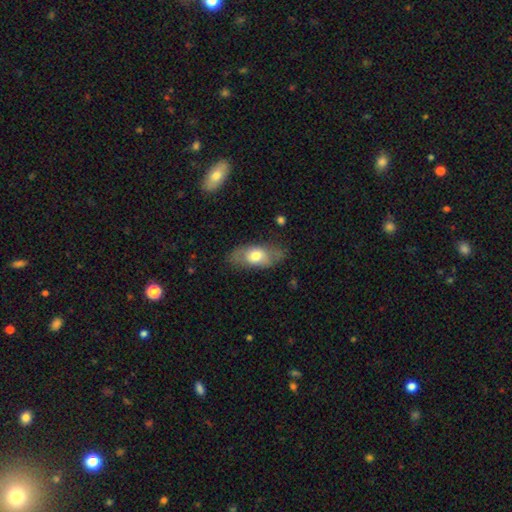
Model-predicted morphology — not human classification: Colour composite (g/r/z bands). It shows a smooth galaxy with no disk features (64%) that is in between round and cigar-shaped (84%). Merging: none (69%).